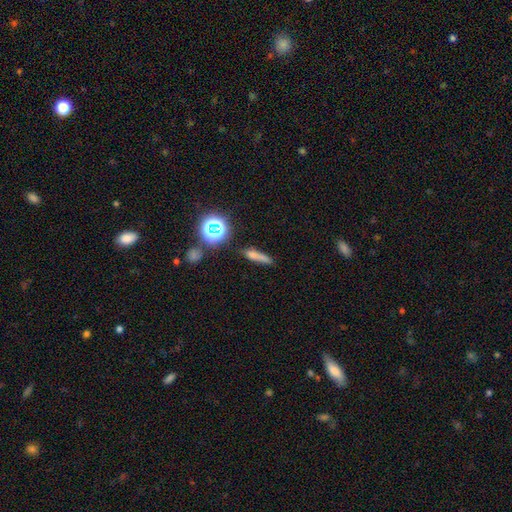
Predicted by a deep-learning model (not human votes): smooth 67%, star or artifact 19%, featured or disk 14%. Down the decision tree: how rounded — cigar-shaped (77%); merging — none (65%).